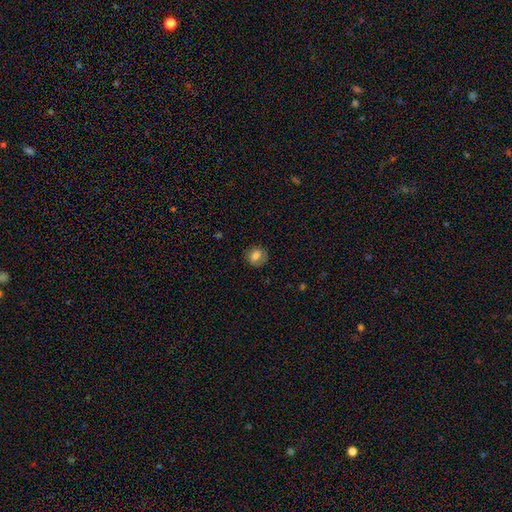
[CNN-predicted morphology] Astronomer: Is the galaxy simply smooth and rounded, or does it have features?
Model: smooth — 76%.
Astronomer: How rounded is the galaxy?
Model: round — 72%.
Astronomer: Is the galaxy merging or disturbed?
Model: none — 77%.